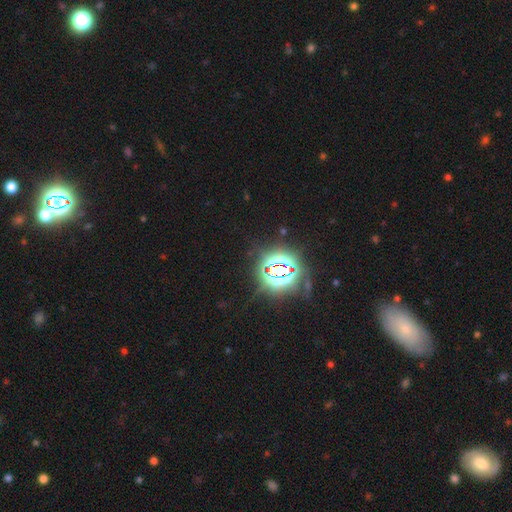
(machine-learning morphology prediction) star or artifact 78%, smooth 14%, featured or disk 8%.